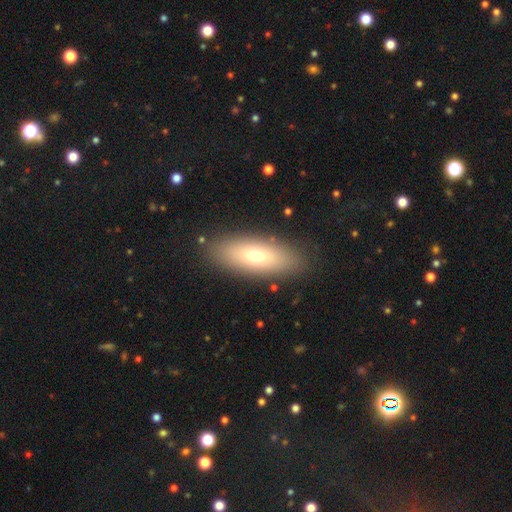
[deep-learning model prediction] Smooth or featured: smooth — 69% (featured or disk — 23%)
How rounded: in between — 70% (cigar-shaped — 27%)
Merging: none — 86% (minor disturbance — 9%)